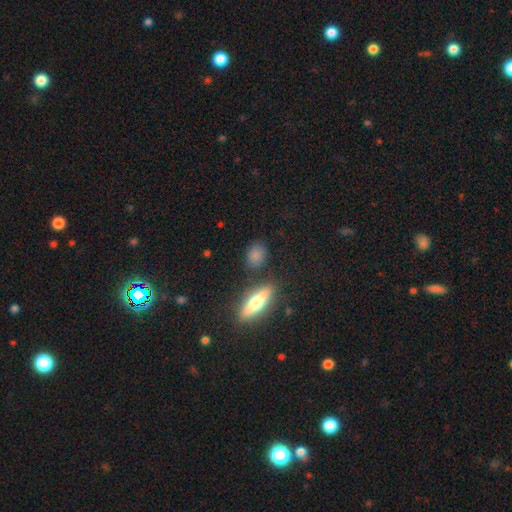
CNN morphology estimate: Smooth or featured? smooth (78%)
How rounded? in between (56%)
Merging? none (78%)